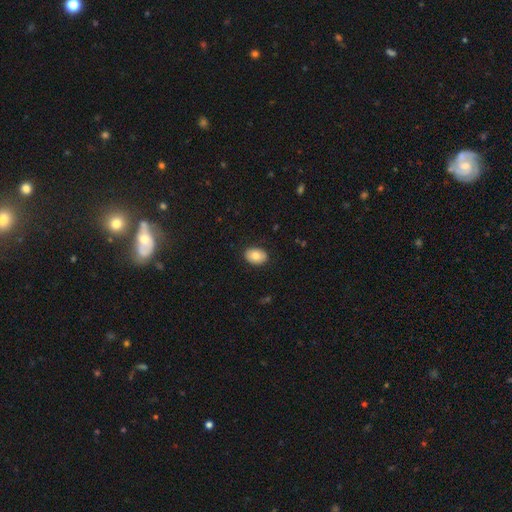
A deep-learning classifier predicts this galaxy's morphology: Smooth or featured? smooth (80%)
How rounded? in between (76%)
Merging? none (88%)